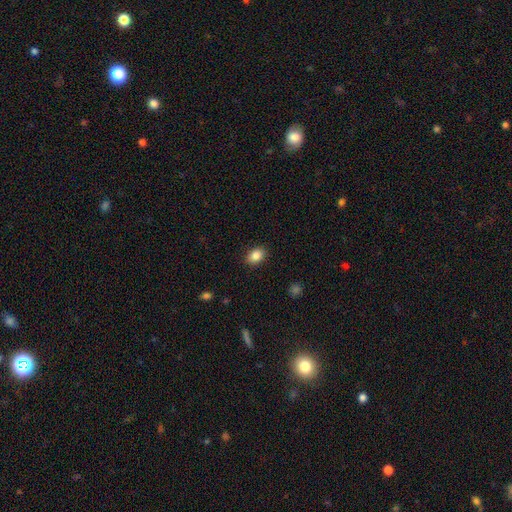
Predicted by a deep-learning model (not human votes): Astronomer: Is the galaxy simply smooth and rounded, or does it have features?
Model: smooth — 86%.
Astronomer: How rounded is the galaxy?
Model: in between — 77%.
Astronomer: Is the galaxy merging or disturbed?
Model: none — 89%.